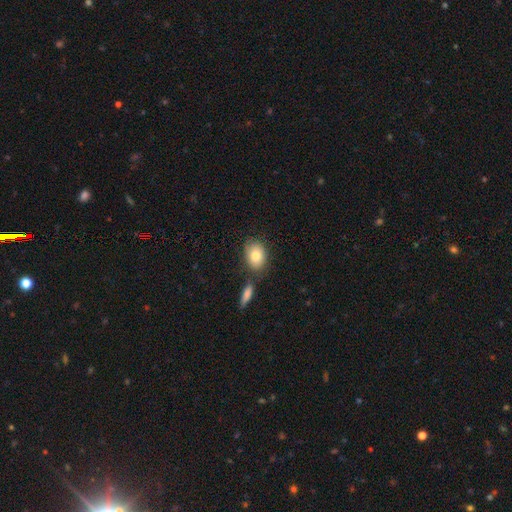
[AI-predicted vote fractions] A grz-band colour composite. It shows a smooth galaxy with no disk features (80%) that is in between round and cigar-shaped (74%). Merging: none (65%).